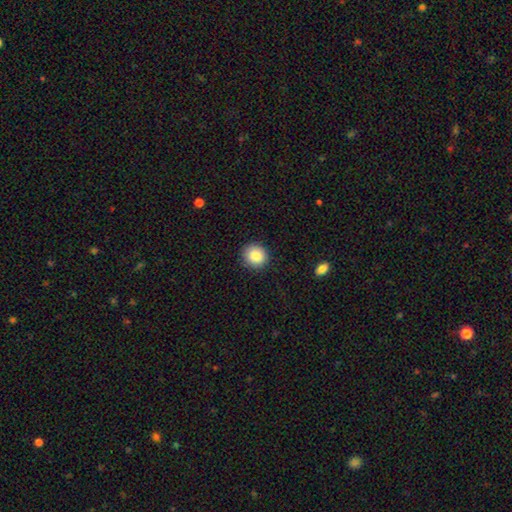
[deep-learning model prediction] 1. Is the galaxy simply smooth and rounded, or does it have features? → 86% smooth, 9% star or artifact, 5% featured or disk.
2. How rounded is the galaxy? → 86% round, 13% in between, 1% cigar-shaped.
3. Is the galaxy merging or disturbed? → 89% none, 8% minor disturbance, 2% major disturbance, 1% merger.